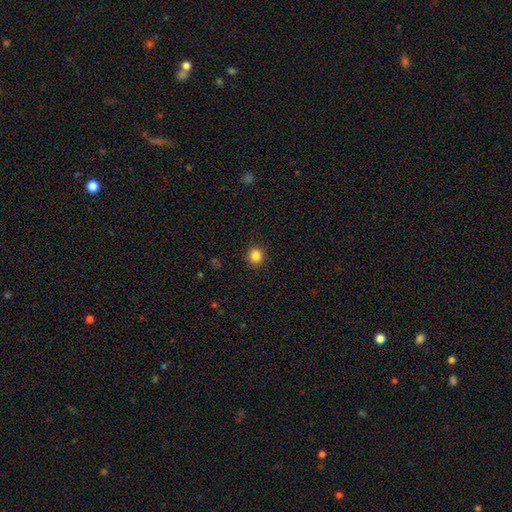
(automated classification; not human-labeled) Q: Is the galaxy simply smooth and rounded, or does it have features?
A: smooth — 86%.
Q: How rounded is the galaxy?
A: round — 93%.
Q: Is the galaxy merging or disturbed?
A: none — 91%.